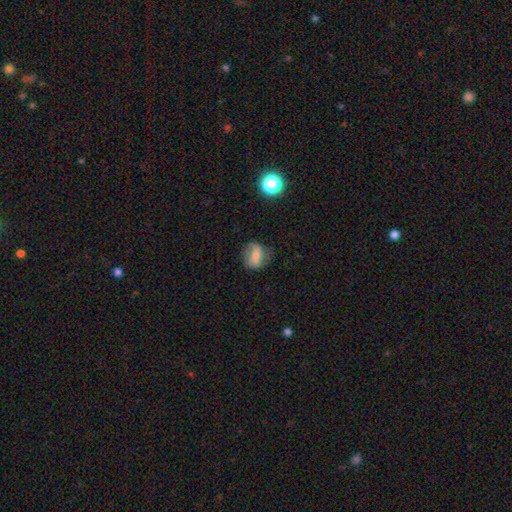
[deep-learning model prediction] smooth 55%, featured or disk 35%, star or artifact 10%. Down the decision tree: how rounded — round (52%); merging — none (66%).